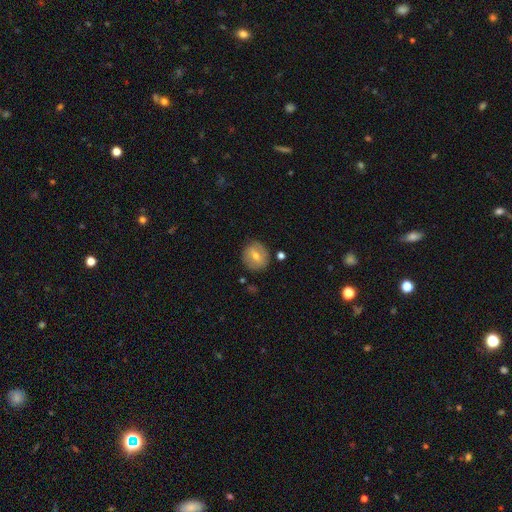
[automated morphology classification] A smooth galaxy with no disk features (49%).

Vote fractions:
- Smooth or featured? smooth: 49% / featured or disk: 41% / star or artifact: 10%
- Merging? none: 83% / minor disturbance: 12% / major disturbance: 3% / merger: 3%